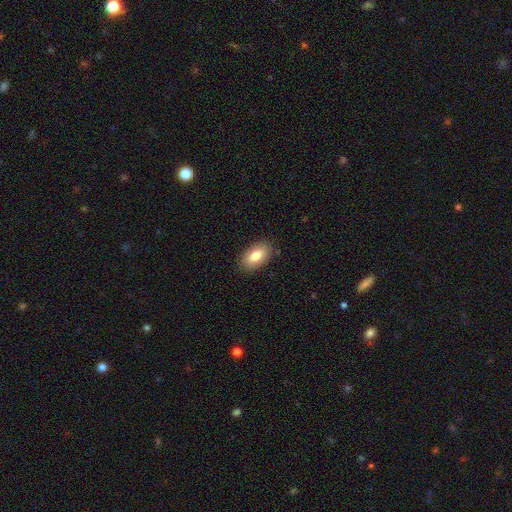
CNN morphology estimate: type=smooth (81%); roundness=in between (93%); merging=none (87%).